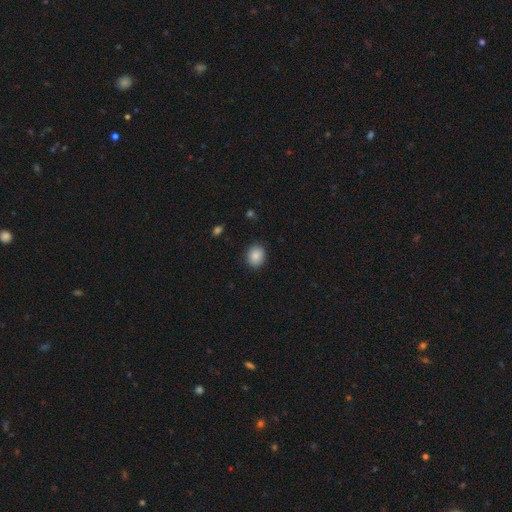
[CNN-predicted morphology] Smooth or featured? Predicted: smooth (p=0.87). How rounded? Predicted: round (p=0.59). Merging? Predicted: none (p=0.88).